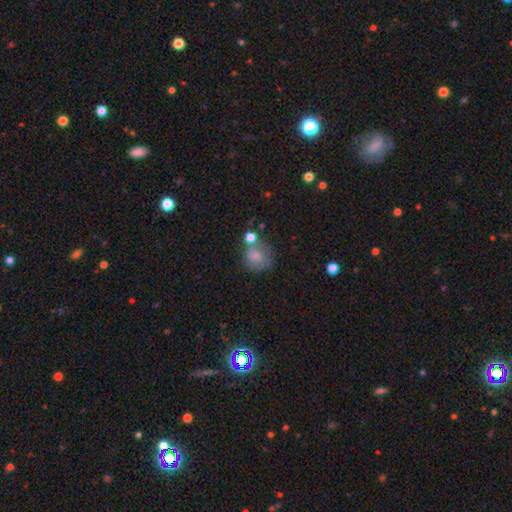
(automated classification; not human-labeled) Overall: smooth (71%). How rounded: round (76%). Merging: none (42%; merger 22%).